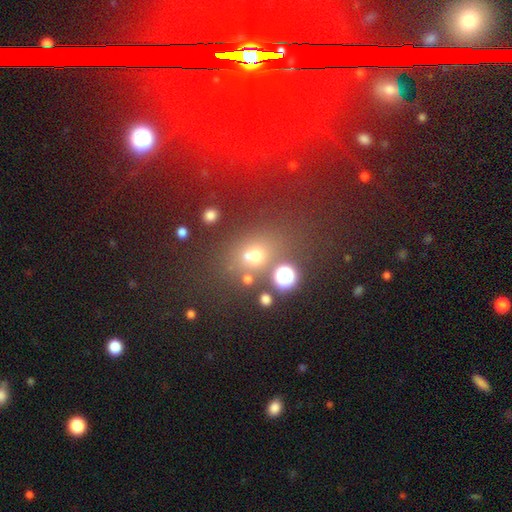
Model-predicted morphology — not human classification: Q: Smooth or featured?
A: smooth (59%); runner-up: star or artifact (29%)
Q: How rounded?
A: round (61%); runner-up: in between (37%)
Q: Merging?
A: none (57%); runner-up: merger (21%)